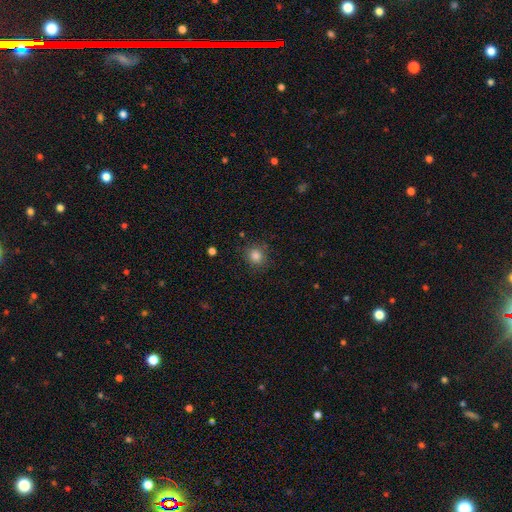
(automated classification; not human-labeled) Q: Smooth or featured?
A: smooth (84%); runner-up: star or artifact (11%)
Q: How rounded?
A: round (83%); runner-up: in between (16%)
Q: Merging?
A: none (85%); runner-up: minor disturbance (10%)